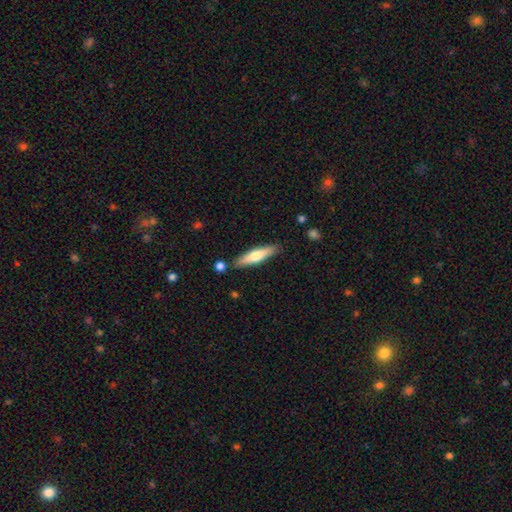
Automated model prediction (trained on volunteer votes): This is possibly a smooth galaxy (58%). How rounded: likely cigar-shaped (78%). Merging: clearly none (85%).